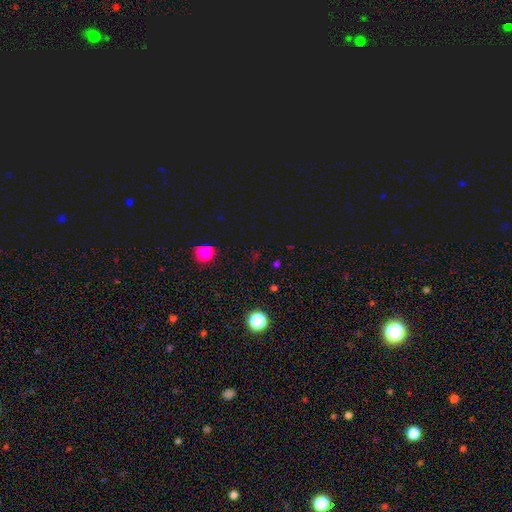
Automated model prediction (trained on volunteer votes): star or artifact 59%, smooth 34%, featured or disk 7%.